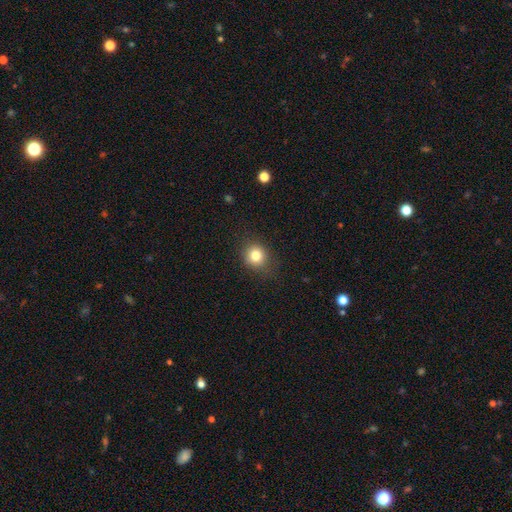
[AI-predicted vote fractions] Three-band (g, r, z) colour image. It shows a smooth galaxy with no disk features (81%) that is round (80%). Merging: none (81%).